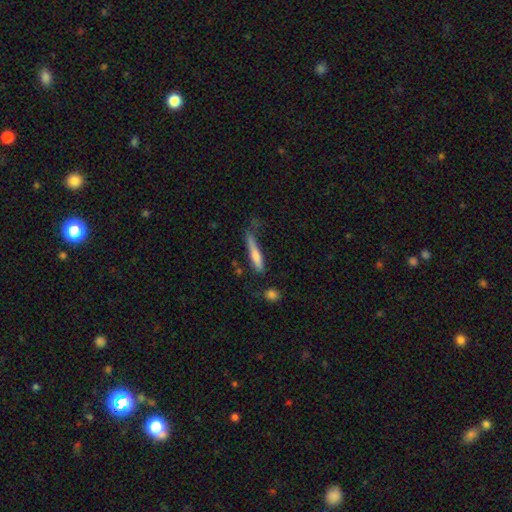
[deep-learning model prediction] Smooth or featured? smooth (61%)
How rounded? cigar-shaped (90%)
Merging? none (52%)